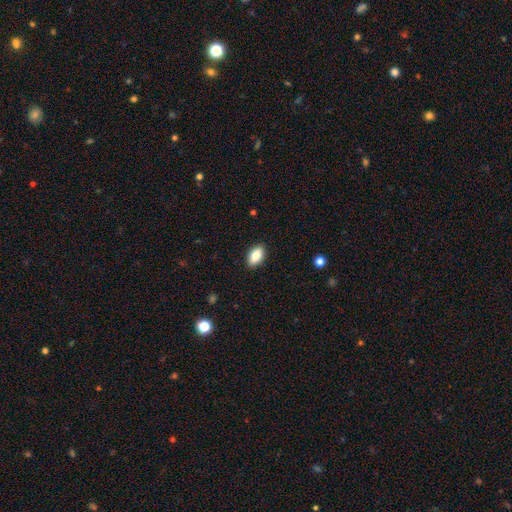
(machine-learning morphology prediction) Overall: smooth (82%). How rounded: in between (91%). Merging: none (89%).